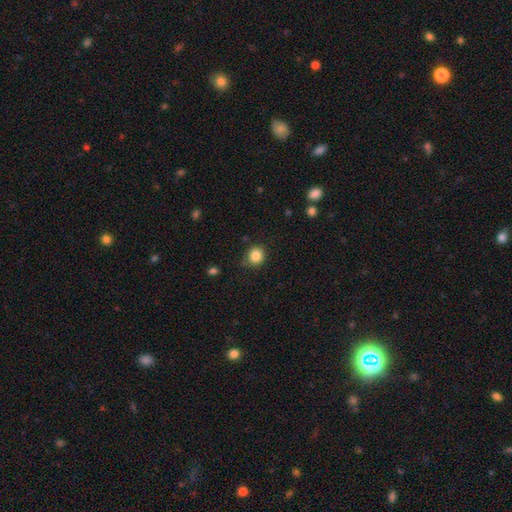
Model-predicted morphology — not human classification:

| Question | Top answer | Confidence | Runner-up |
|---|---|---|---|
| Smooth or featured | smooth | 85% | star or artifact (11%) |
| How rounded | round | 85% | in between (14%) |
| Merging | none | 82% | minor disturbance (12%) |